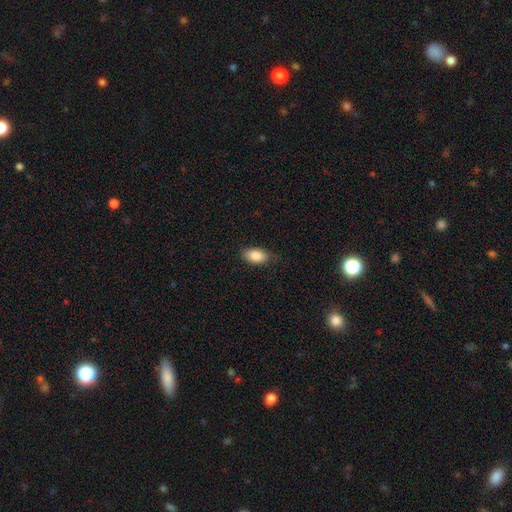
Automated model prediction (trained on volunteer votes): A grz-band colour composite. It shows a smooth galaxy with no disk features (86%) that is in between round and cigar-shaped (91%). Merging: none (78%).